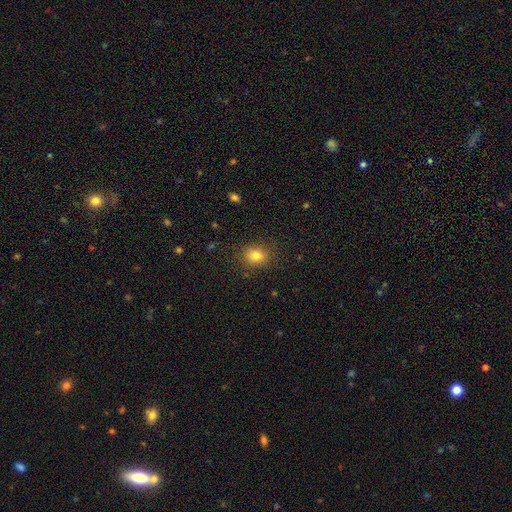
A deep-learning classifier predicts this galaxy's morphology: A smooth galaxy with no disk features (81%) that is round (60%).

Vote fractions:
- Smooth or featured? smooth: 81% / star or artifact: 12% / featured or disk: 7%
- How rounded? round: 60% / in between: 39% / cigar-shaped: 1%
- Merging? none: 86% / minor disturbance: 10% / major disturbance: 3% / merger: 1%